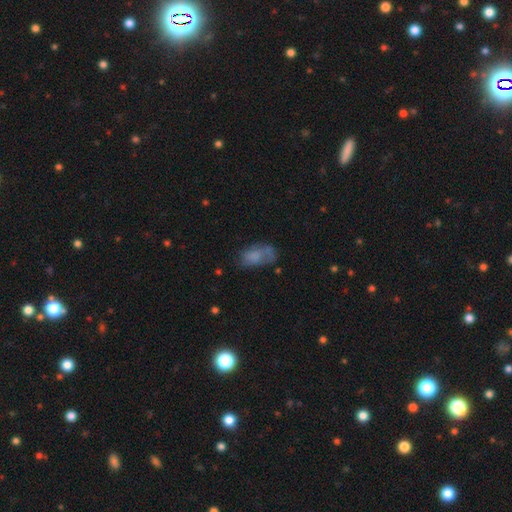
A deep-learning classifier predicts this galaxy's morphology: type=smooth (63%); roundness=in between (90%); merging=none (41%).